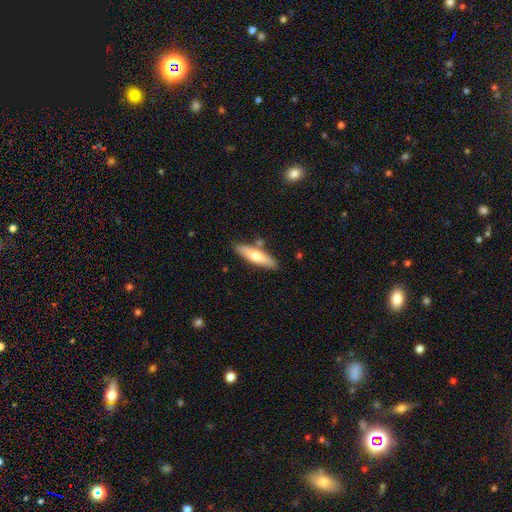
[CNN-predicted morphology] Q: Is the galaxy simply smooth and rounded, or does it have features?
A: smooth — 61%.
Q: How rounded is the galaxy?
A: cigar-shaped — 64%.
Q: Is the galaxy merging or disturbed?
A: none — 81%.